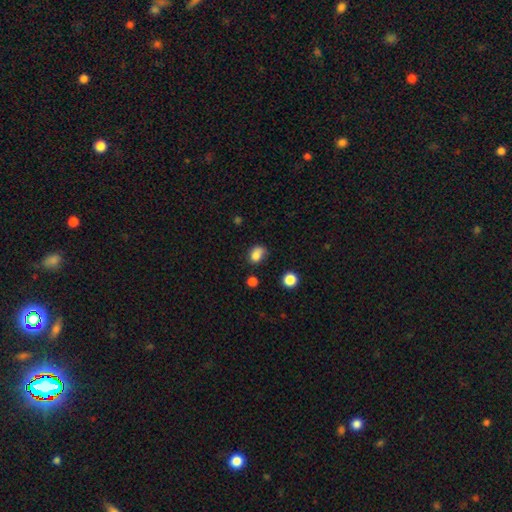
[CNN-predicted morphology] type=smooth (81%); roundness=in between (61%); merging=none (51%).